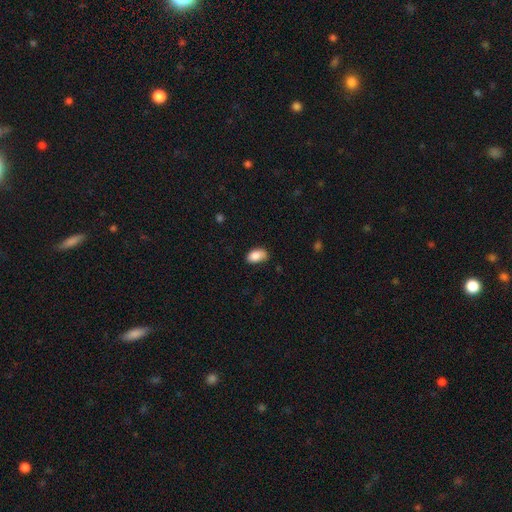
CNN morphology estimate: smooth 88%, star or artifact 7%, featured or disk 5%. Down the decision tree: how rounded — in between (93%); merging — none (72%).